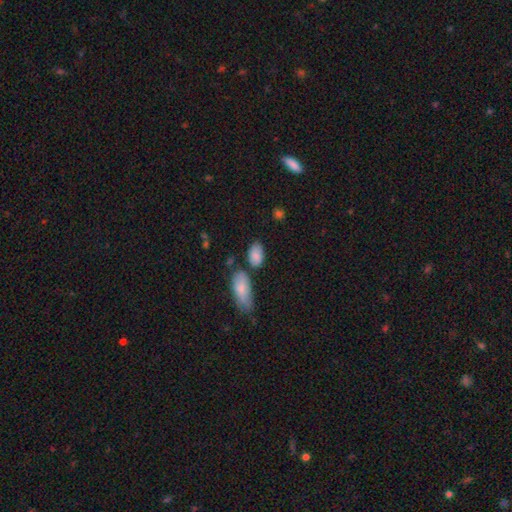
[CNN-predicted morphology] This appears to be a smooth galaxy with no disk features (84%) that is in between round and cigar-shaped (90%). Merging: none (67%).